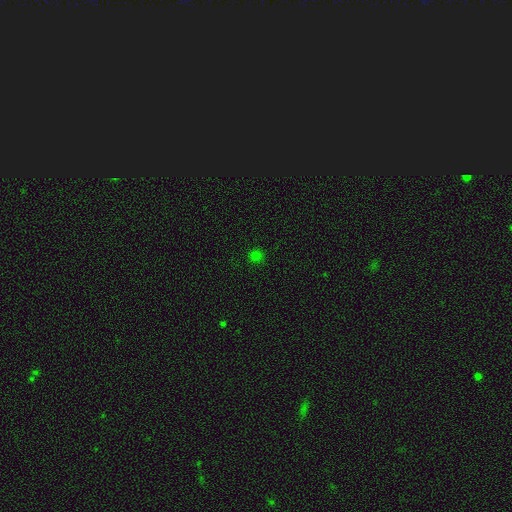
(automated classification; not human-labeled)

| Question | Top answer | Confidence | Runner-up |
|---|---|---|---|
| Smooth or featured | smooth | 73% | star or artifact (23%) |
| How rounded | round | 92% | in between (7%) |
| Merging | none | 90% | minor disturbance (7%) |